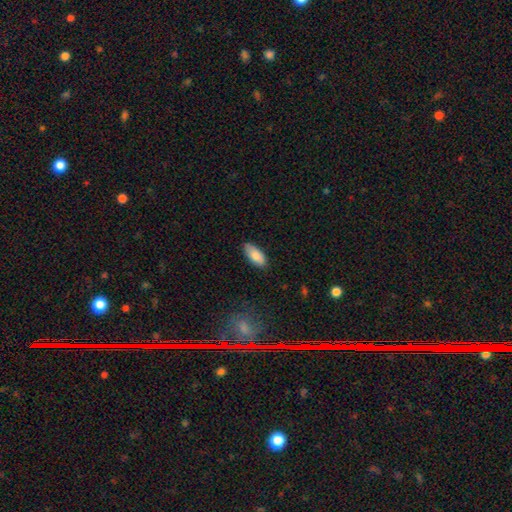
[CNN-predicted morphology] A smooth galaxy with no disk features (84%) that is in between round and cigar-shaped (88%). Merging: none (82%).